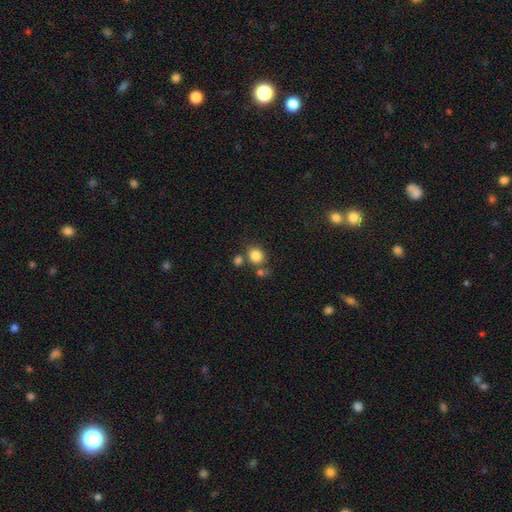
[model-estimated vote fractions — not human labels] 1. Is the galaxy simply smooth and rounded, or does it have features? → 83% smooth, 11% star or artifact, 6% featured or disk.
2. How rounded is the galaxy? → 78% round, 21% in between, 1% cigar-shaped.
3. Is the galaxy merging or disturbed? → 65% none, 19% merger, 11% minor disturbance, 4% major disturbance.